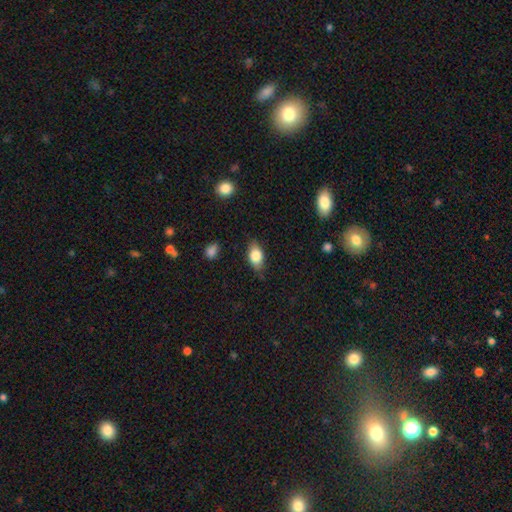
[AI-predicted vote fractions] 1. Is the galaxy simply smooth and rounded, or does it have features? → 79% smooth, 14% featured or disk, 7% star or artifact.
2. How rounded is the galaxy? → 86% in between, 9% round, 5% cigar-shaped.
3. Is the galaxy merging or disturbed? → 79% none, 16% minor disturbance, 3% major disturbance, 1% merger.